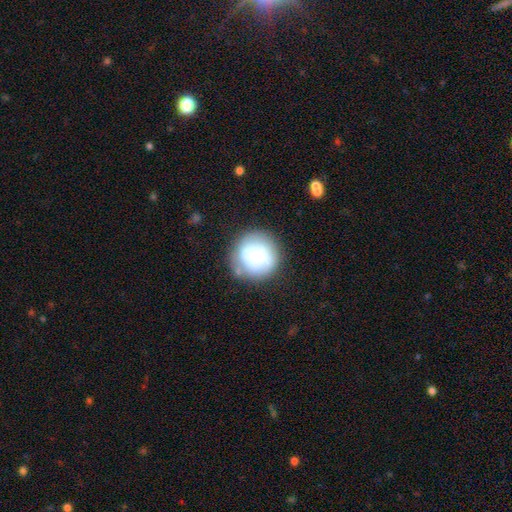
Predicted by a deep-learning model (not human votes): smooth_or_featured: smooth (p=0.65) [alt: featured or disk p=0.26]
how_rounded: round (p=0.93) [alt: in between p=0.06]
merging: none (p=0.72) [alt: minor disturbance p=0.17]